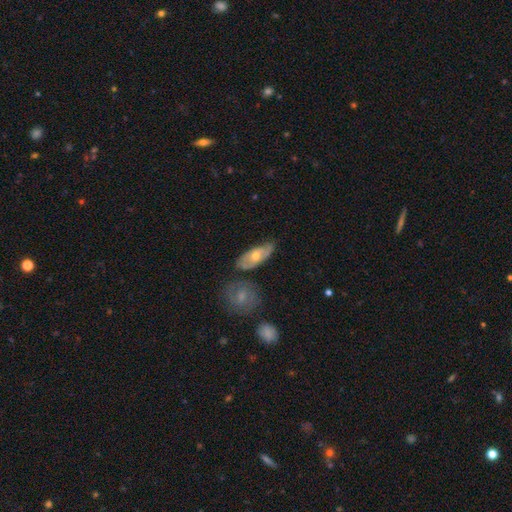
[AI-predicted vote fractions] The model was most divided on "smooth or featured": featured or disk: 49%, smooth: 44%, star or artifact: 7%. More confident: merging — none (64%).